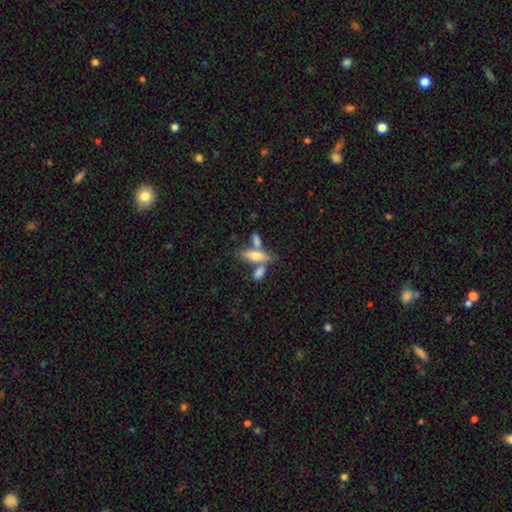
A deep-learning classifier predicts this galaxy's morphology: type=smooth (55%); roundness=cigar-shaped (49%); merging=none (48%).